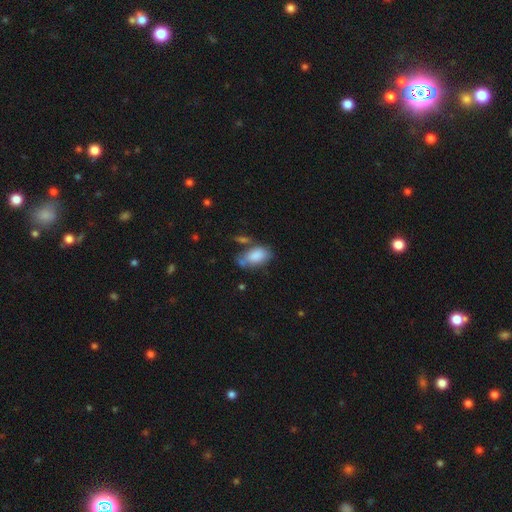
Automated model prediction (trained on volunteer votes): smooth-or-featured: smooth: 84% | featured or disk: 9% | star or artifact: 7%
  how-rounded: in between: 93% | round: 5% | cigar-shaped: 2%
  merging: none: 50% | minor disturbance: 25% | merger: 16% | major disturbance: 9%